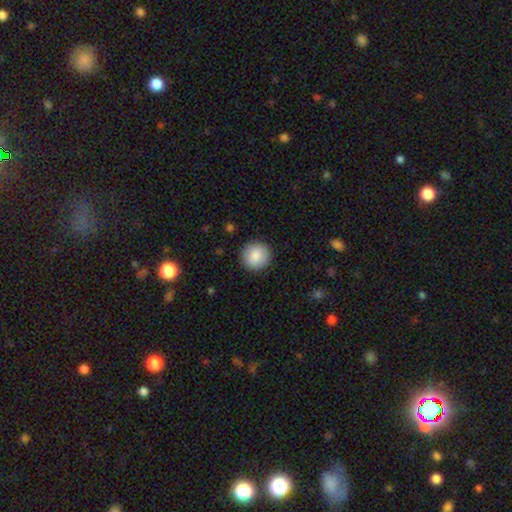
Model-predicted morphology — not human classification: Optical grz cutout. It shows a smooth galaxy with no disk features (88%) that is round (94%). Merging: none (91%).